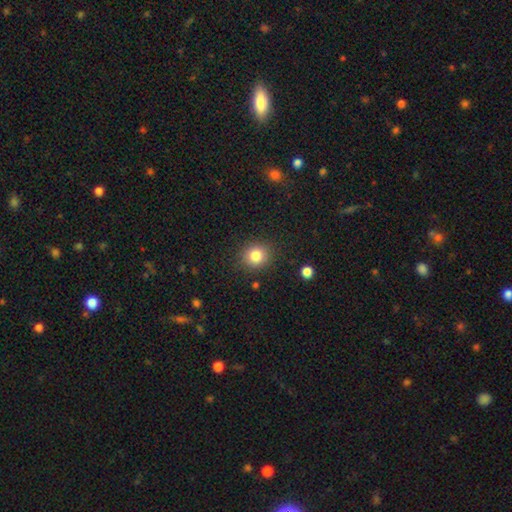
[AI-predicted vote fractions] Smooth or featured? Predicted: smooth (p=0.82). How rounded? Predicted: round (p=0.86). Merging? Predicted: none (p=0.88).